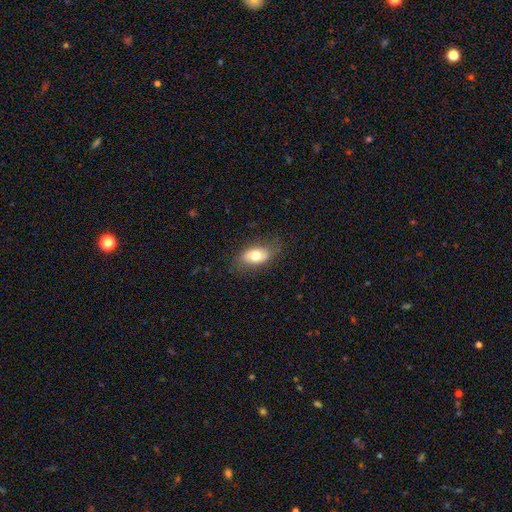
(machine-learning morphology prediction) Smooth or featured? Predicted: smooth (p=0.71). How rounded? Predicted: in between (p=0.90). Merging? Predicted: none (p=0.78).